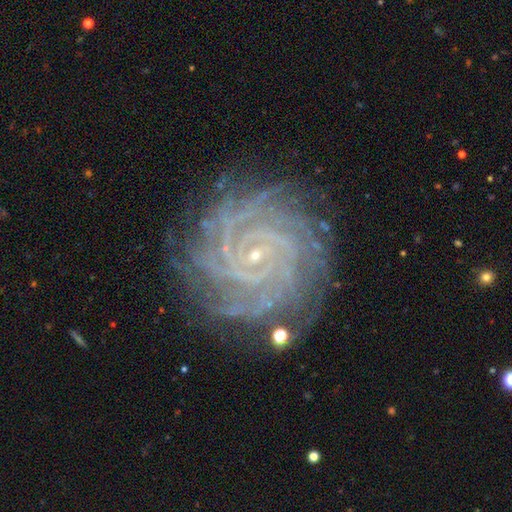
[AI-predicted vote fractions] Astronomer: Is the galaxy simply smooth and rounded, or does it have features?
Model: featured or disk — 91%.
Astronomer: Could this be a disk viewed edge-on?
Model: no — 98%.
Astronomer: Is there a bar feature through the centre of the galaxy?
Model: no — 57%.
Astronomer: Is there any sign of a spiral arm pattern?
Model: yes — 99%.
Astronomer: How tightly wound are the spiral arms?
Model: tight — 87%.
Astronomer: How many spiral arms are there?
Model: more than 4 — 25% (runner-up: 4, 24%).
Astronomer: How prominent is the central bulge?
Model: small — 90%.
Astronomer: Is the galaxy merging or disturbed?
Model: none — 83%.